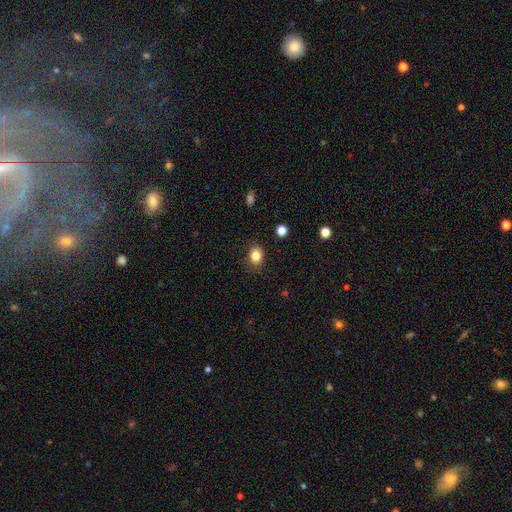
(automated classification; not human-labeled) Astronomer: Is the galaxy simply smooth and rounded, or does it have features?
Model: smooth — 83%.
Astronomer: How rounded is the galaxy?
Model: round — 51% (runner-up: in between, 48%).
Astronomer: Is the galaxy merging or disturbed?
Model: none — 82%.